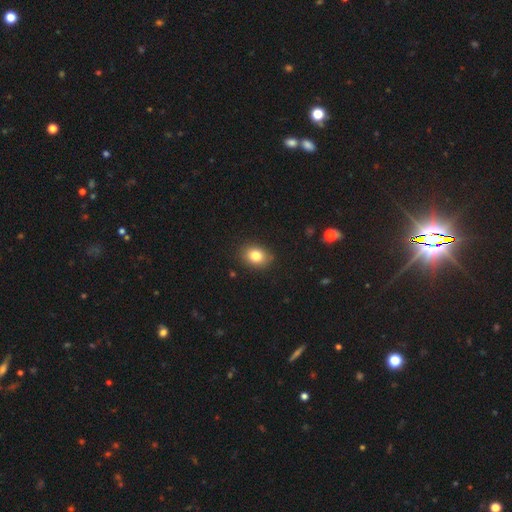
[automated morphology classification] This appears to be a smooth galaxy with no disk features (82%) that is in between round and cigar-shaped (64%). Merging: none (88%).